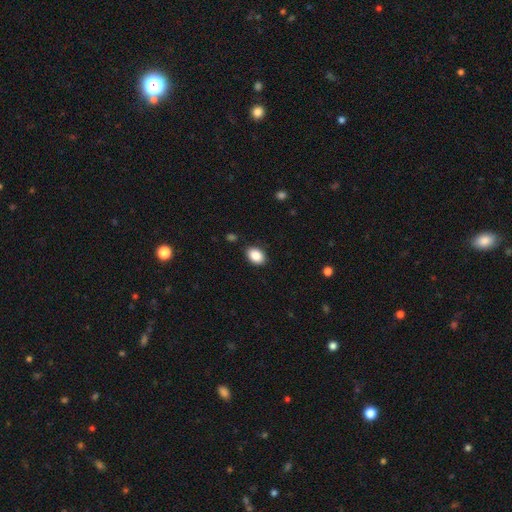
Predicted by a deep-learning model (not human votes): A smooth galaxy with no disk features (88%) that is in between round and cigar-shaped (82%).

Vote fractions:
- Smooth or featured? smooth: 88% / star or artifact: 8% / featured or disk: 4%
- How rounded? in between: 82% / round: 17% / cigar-shaped: 1%
- Merging? none: 87% / minor disturbance: 10% / major disturbance: 2% / merger: 1%